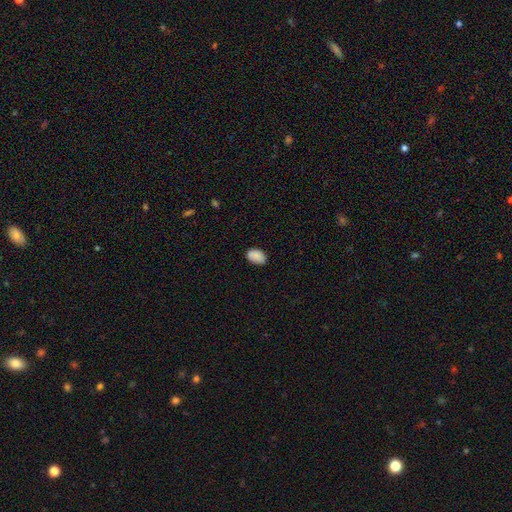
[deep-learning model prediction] Smooth or featured? smooth (88%)
How rounded? in between (88%)
Merging? none (81%)